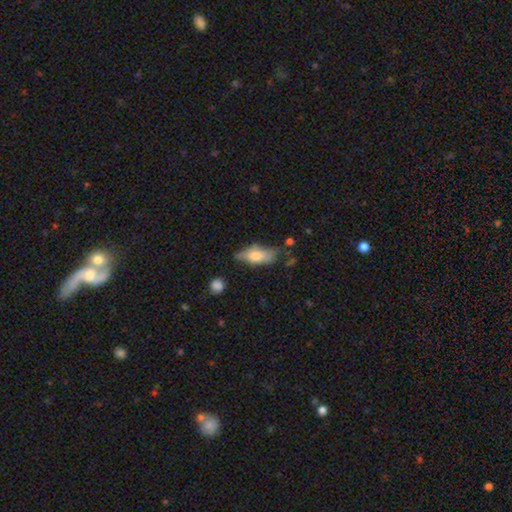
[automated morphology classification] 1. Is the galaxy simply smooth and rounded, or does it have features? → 63% smooth, 30% featured or disk, 7% star or artifact.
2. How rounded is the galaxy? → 77% in between, 19% cigar-shaped, 4% round.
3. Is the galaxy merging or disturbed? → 53% none, 31% minor disturbance, 11% major disturbance, 5% merger.